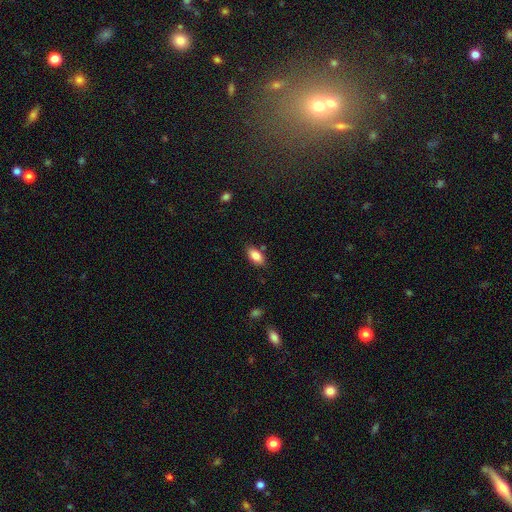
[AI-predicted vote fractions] This appears to be a smooth galaxy with no disk features (85%) that is in between round and cigar-shaped (91%). Merging: none (81%).